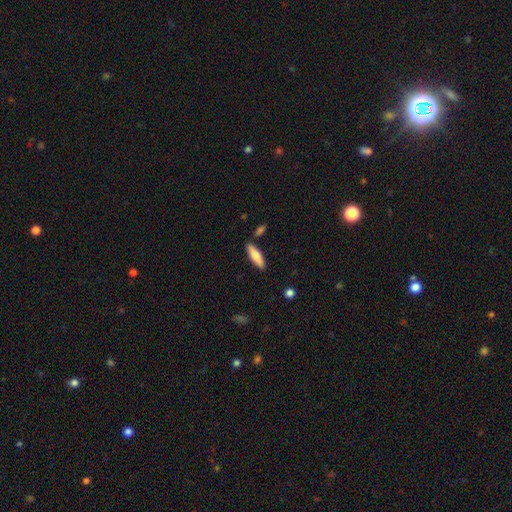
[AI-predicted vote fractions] Smooth or featured: smooth — 72% (featured or disk — 22%)
How rounded: cigar-shaped — 59% (in between — 40%)
Merging: none — 84% (minor disturbance — 10%)